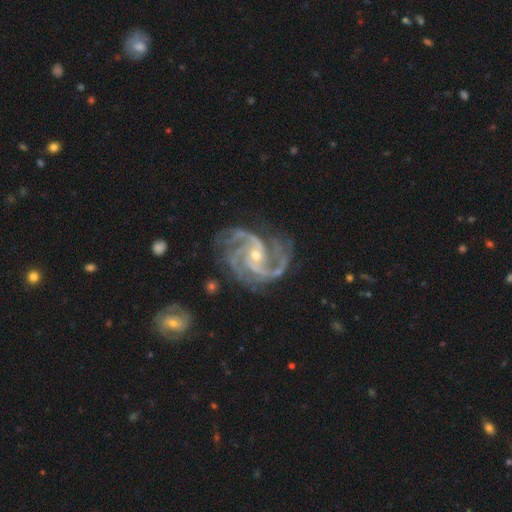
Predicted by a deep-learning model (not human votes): This appears to be a featured or disk galaxy (93%) with no bar (56%), 3 (38%) medium (52%) spiral arms (99%) and a small central bulge (63%). Merging: none (66%).